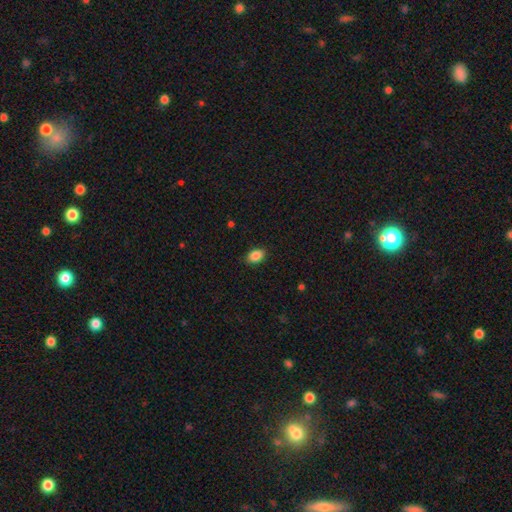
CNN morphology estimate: A smooth galaxy with no disk features (88%) that is in between round and cigar-shaped (85%). Merging: none (88%).